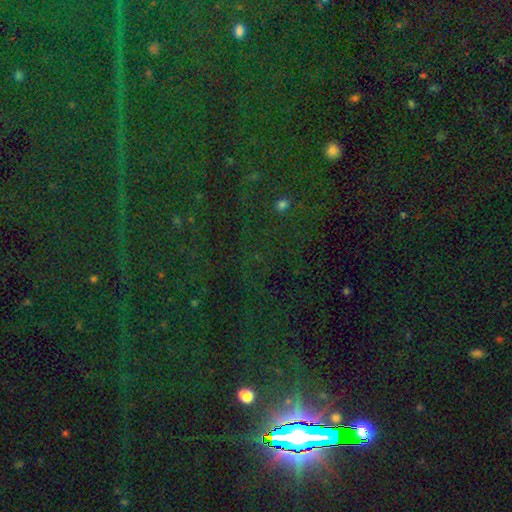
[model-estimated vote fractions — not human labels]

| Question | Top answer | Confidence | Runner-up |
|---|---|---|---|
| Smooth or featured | star or artifact | 85% | smooth (8%) |